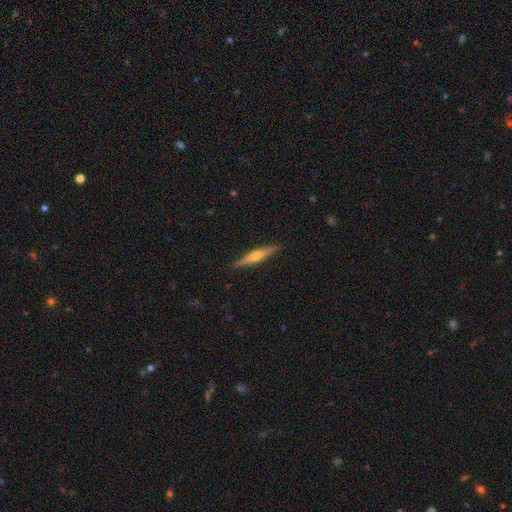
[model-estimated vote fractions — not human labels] smooth_or_featured: featured or disk (p=0.65) [alt: smooth p=0.29]
disk_edge_on: yes (p=0.97) [alt: no p=0.03]
edge_on_bulge: rounded (p=0.89) [alt: boxy p=0.07]
merging: none (p=0.90) [alt: minor disturbance p=0.07]